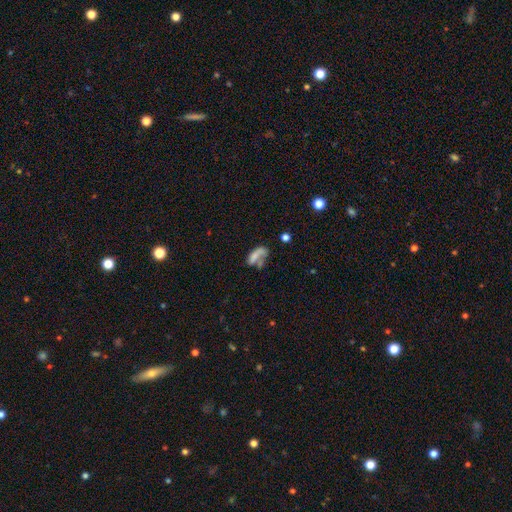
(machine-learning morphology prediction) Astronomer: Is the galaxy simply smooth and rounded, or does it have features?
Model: smooth — 57%.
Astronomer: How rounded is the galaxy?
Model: in between — 79%.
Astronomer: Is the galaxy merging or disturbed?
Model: major disturbance — 31% (runner-up: merger, 27%).